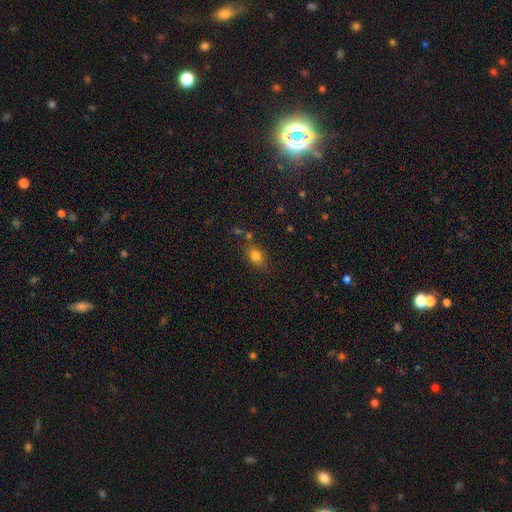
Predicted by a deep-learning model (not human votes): Smooth or featured: smooth — 80% (star or artifact — 12%)
How rounded: in between — 70% (round — 28%)
Merging: none — 73% (minor disturbance — 15%)